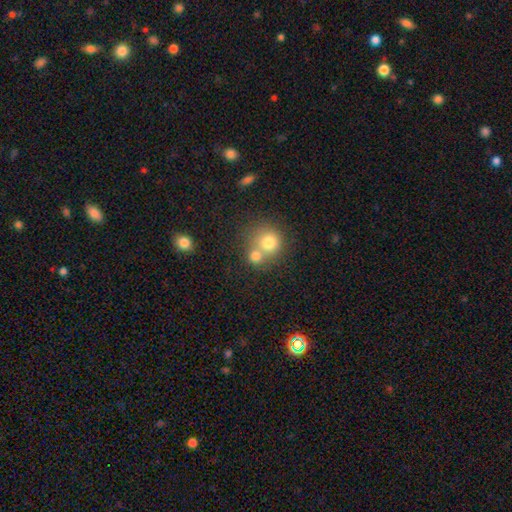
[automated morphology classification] smooth_or_featured: smooth (p=0.74) [alt: star or artifact p=0.13]
how_rounded: round (p=0.85) [alt: in between p=0.14]
merging: merger (p=0.50) [alt: none p=0.40]